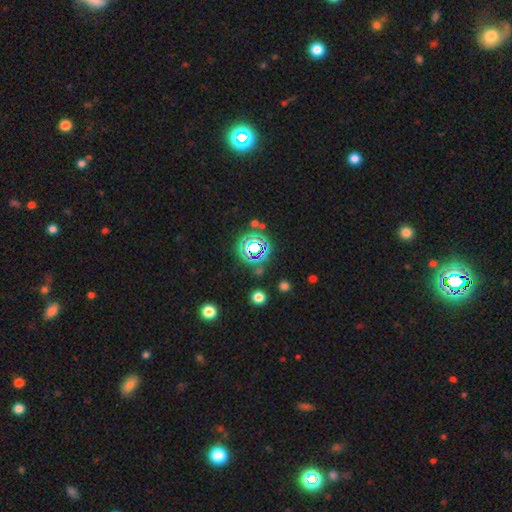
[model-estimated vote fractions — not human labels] A star or artifact, not a galaxy (59%).